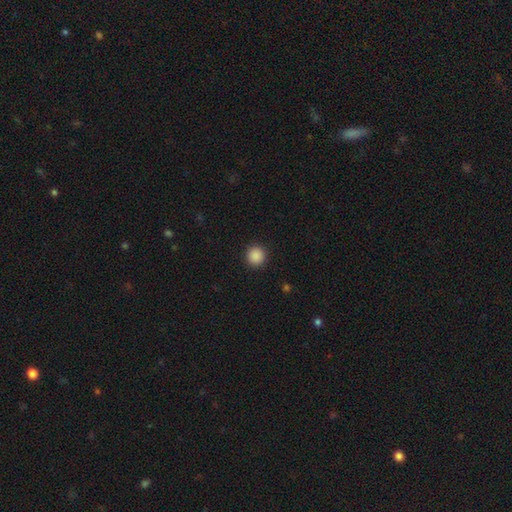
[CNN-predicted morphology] Overall: smooth (89%). How rounded: round (95%). Merging: none (93%).